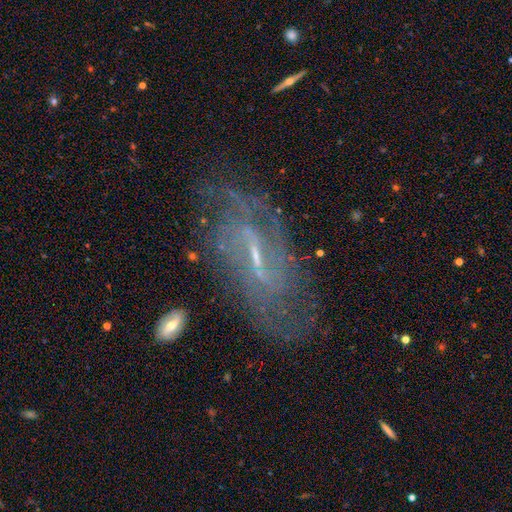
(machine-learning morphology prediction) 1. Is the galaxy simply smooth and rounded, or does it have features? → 78% featured or disk, 11% smooth, 11% star or artifact.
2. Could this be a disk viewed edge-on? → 89% no, 11% yes.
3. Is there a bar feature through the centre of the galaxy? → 48% weak, 33% strong, 18% no.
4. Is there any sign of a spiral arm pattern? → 88% yes, 12% no.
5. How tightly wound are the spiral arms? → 42% tight, 38% medium, 20% loose.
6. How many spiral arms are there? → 44% can't tell, 30% 2, 9% 3, 7% 4, 5% 1, 5% more than 4.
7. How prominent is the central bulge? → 64% small, 18% moderate, 15% none, 2% large, 1% dominant.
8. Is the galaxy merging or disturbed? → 72% none, 17% minor disturbance, 9% major disturbance, 2% merger.